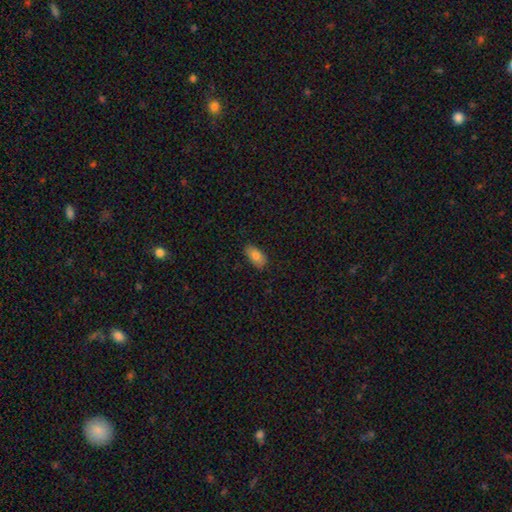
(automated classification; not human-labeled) Smooth or featured?
  - smooth: 83% *
  - featured or disk: 10%
  - star or artifact: 7%
How rounded?
  - in between: 92% *
  - cigar-shaped: 5%
  - round: 3%
Merging?
  - none: 81% *
  - minor disturbance: 15%
  - major disturbance: 2%
  - merger: 1%